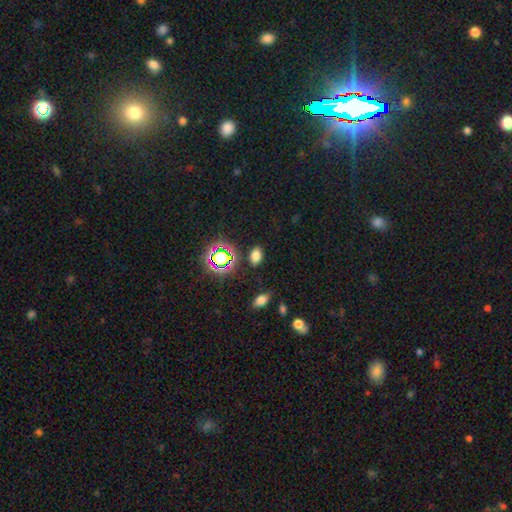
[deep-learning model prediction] A smooth galaxy with no disk features (71%) that is in between round and cigar-shaped (85%).

Vote fractions:
- Smooth or featured? smooth: 71% / star or artifact: 22% / featured or disk: 6%
- How rounded? in between: 85% / round: 13% / cigar-shaped: 3%
- Merging? none: 84% / minor disturbance: 10% / major disturbance: 3% / merger: 3%